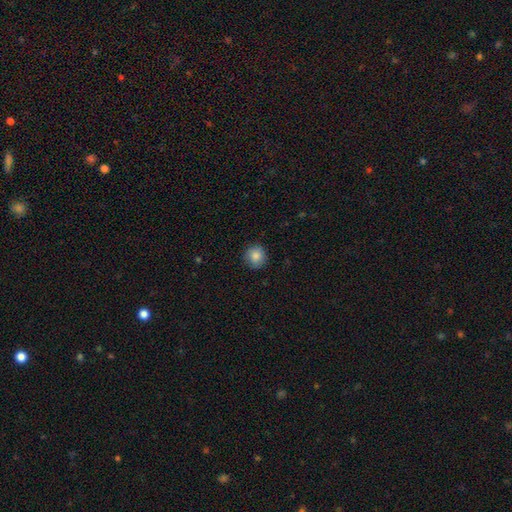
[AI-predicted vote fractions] smooth_or_featured: smooth (p=0.86) [alt: star or artifact p=0.09]
how_rounded: round (p=0.91) [alt: in between p=0.08]
merging: none (p=0.87) [alt: minor disturbance p=0.10]